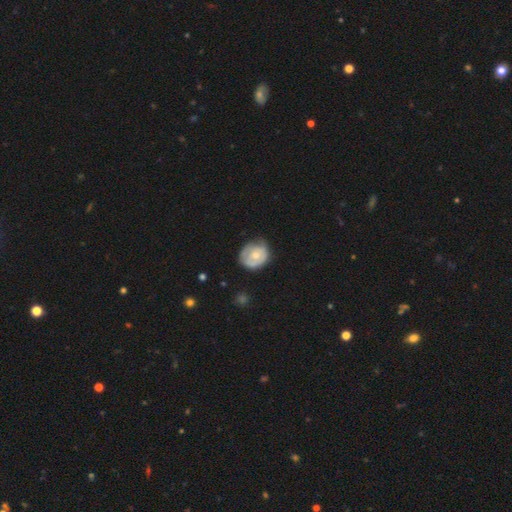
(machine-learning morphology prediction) Smooth or featured? Predicted: smooth (p=0.52). How rounded? Predicted: round (p=0.71). Merging? Predicted: none (p=0.53).